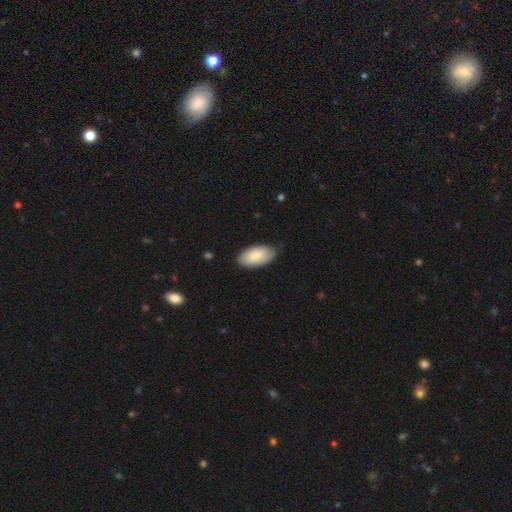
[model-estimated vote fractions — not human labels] Smooth or featured: smooth — 83% (featured or disk — 12%)
How rounded: in between — 95% (cigar-shaped — 3%)
Merging: none — 81% (minor disturbance — 16%)